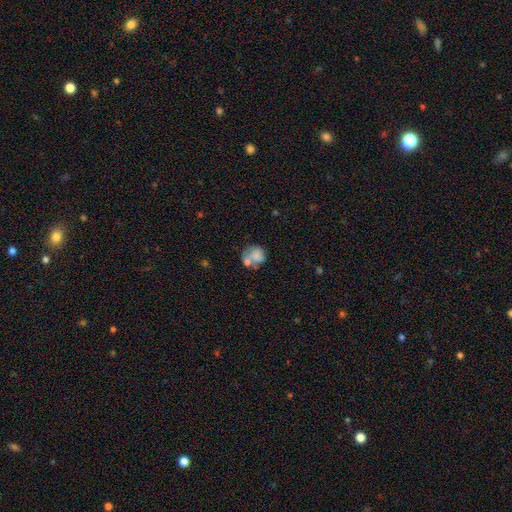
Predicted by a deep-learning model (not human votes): smooth-or-featured: smooth: 60% | featured or disk: 31% | star or artifact: 9%
  how-rounded: round: 69% | in between: 30% | cigar-shaped: 1%
  merging: none: 35% | merger: 30% | minor disturbance: 20% | major disturbance: 15%